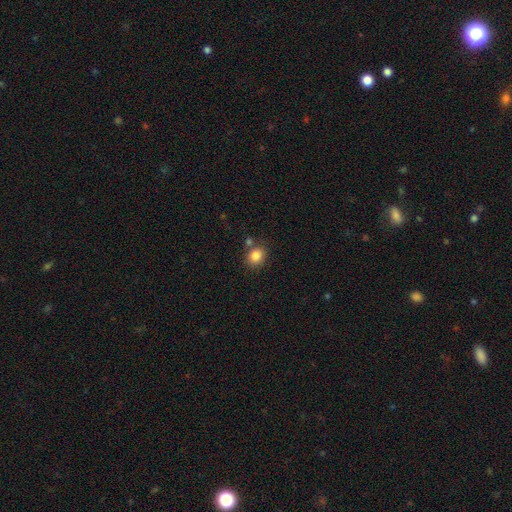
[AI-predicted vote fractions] Morphology: type=smooth (85%); roundness=round (71%); merging=none (73%).